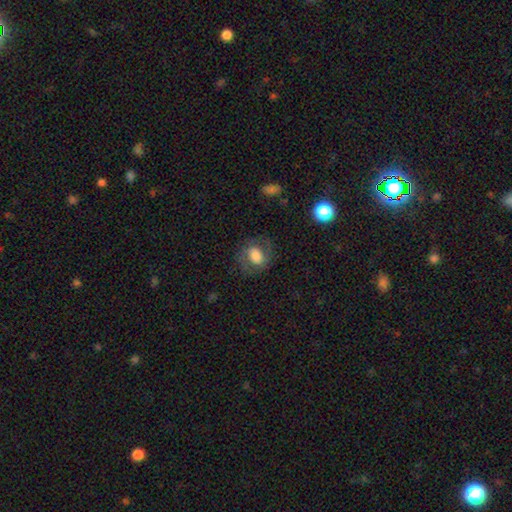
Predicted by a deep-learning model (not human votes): Morphology: type=smooth (62%); roundness=round (50%); merging=none (71%).